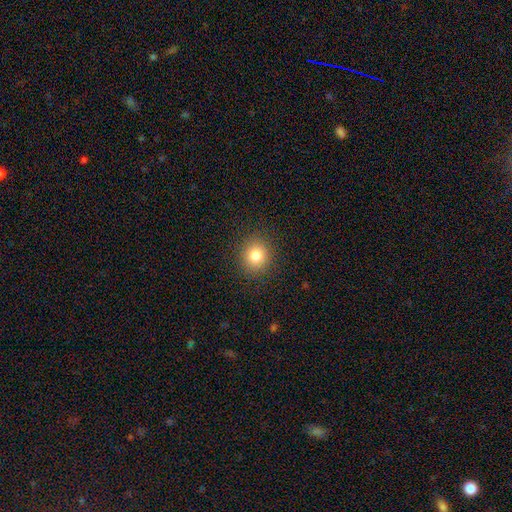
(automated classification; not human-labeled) A smooth galaxy with no disk features (81%) that is round (83%).

Vote fractions:
- Smooth or featured? smooth: 81% / star or artifact: 12% / featured or disk: 7%
- How rounded? round: 83% / in between: 16% / cigar-shaped: 1%
- Merging? none: 90% / minor disturbance: 7% / major disturbance: 3% / merger: 1%